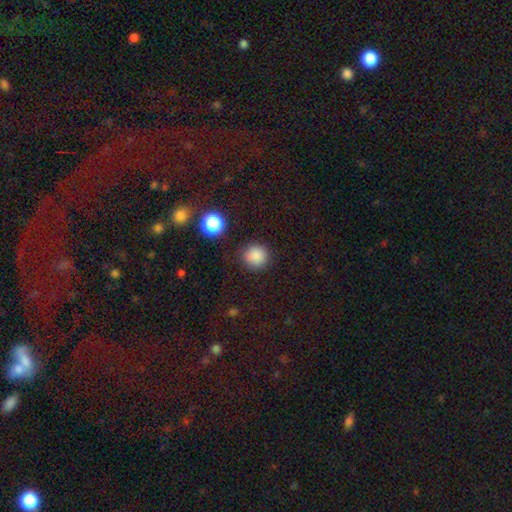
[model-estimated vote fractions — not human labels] Smooth or featured? smooth (84%)
How rounded? round (93%)
Merging? none (87%)